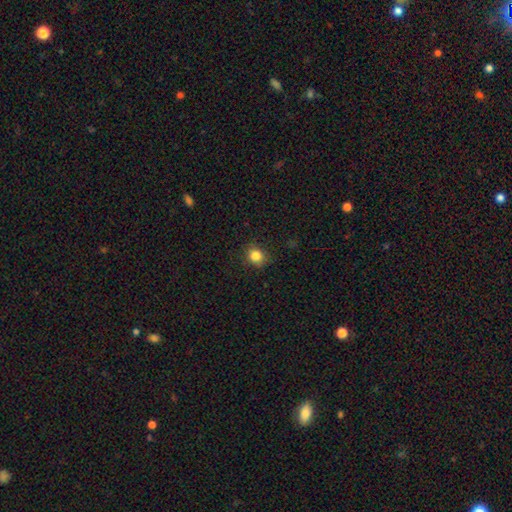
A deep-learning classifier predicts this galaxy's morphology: smooth_or_featured: smooth (p=0.84) [alt: star or artifact p=0.11]
how_rounded: round (p=0.77) [alt: in between p=0.22]
merging: none (p=0.86) [alt: minor disturbance p=0.10]